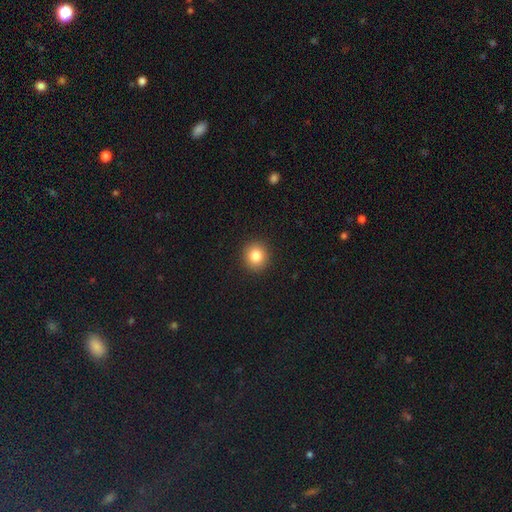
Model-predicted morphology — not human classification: smooth_or_featured: smooth (p=0.83) [alt: star or artifact p=0.11]
how_rounded: round (p=0.89) [alt: in between p=0.10]
merging: none (p=0.92) [alt: minor disturbance p=0.05]